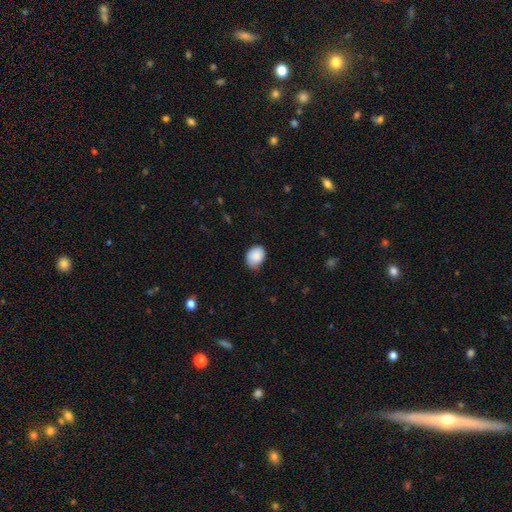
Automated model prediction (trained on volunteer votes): This appears to be a smooth galaxy with no disk features (88%) that is in between round and cigar-shaped (57%). Merging: none (70%).